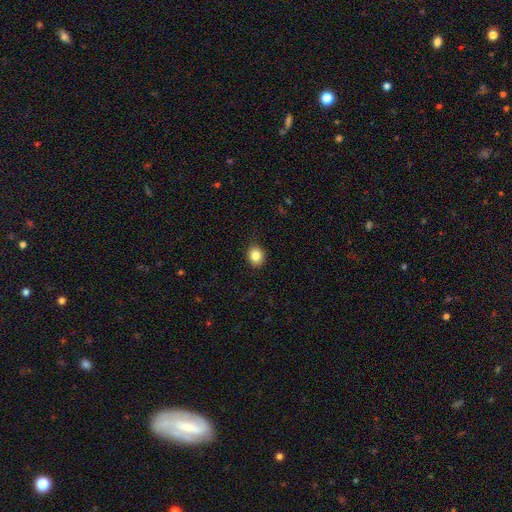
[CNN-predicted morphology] The model was most divided on "how rounded": round: 73%, in between: 26%, cigar-shaped: 1%. More confident: merging — none (88%); smooth or featured — smooth (84%).